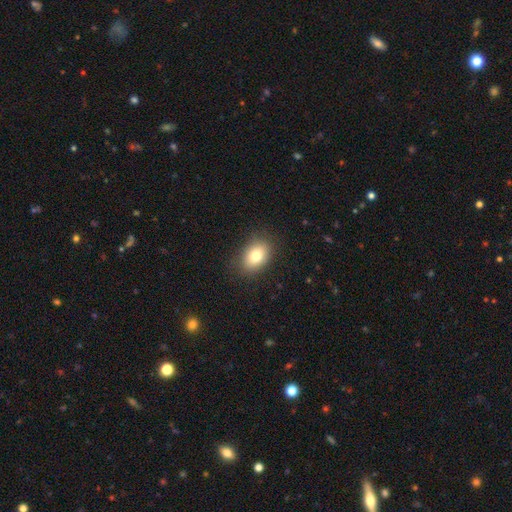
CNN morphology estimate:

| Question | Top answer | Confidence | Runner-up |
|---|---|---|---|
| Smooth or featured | smooth | 78% | featured or disk (12%) |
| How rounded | in between | 78% | round (21%) |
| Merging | none | 86% | minor disturbance (10%) |